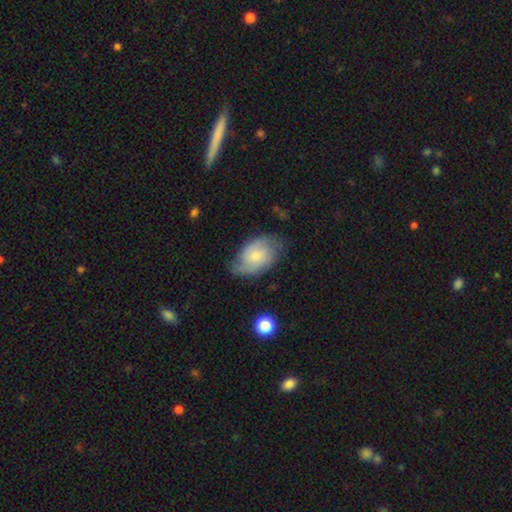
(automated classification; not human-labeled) A featured or disk galaxy (55%) with no bar (69%), spiral arms (87%) and a small central bulge (55%). Merging: none (65%).